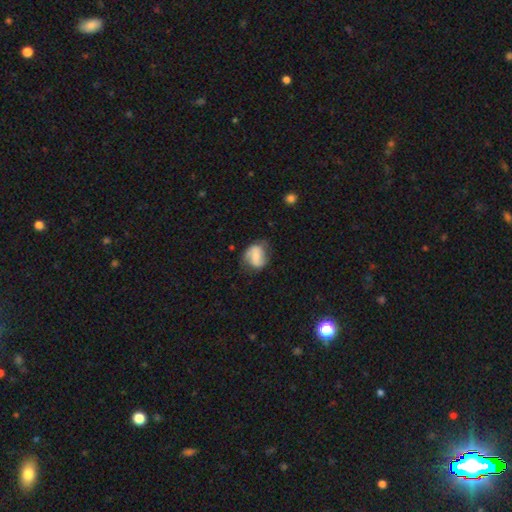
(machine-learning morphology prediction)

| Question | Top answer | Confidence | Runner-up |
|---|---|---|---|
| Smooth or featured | featured or disk | 48% | smooth (44%) |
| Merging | none | 60% | minor disturbance (27%) |